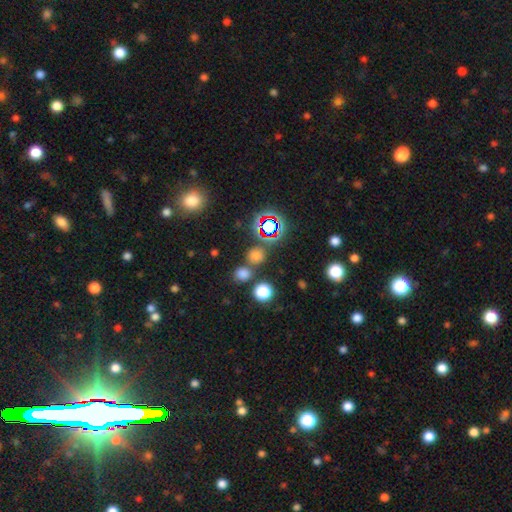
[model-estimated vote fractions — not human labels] A smooth galaxy with no disk features (63%) that is round (83%).

Vote fractions:
- Smooth or featured? smooth: 63% / star or artifact: 31% / featured or disk: 7%
- How rounded? round: 83% / in between: 16% / cigar-shaped: 1%
- Merging? none: 69% / merger: 19% / minor disturbance: 8% / major disturbance: 4%